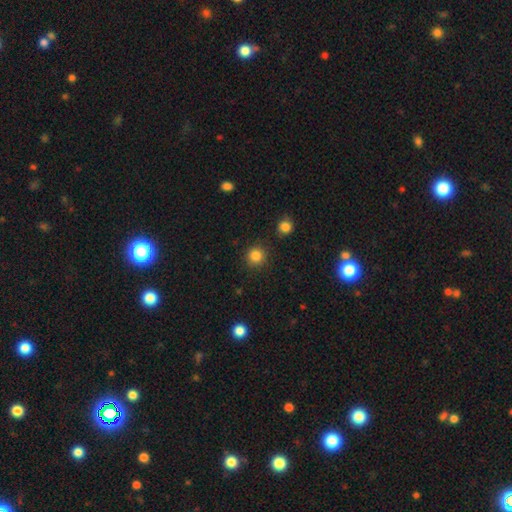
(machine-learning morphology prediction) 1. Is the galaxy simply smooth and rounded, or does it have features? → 84% smooth, 12% star or artifact, 4% featured or disk.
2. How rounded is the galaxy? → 93% round, 6% in between, 1% cigar-shaped.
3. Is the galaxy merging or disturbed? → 89% none, 6% minor disturbance, 2% merger, 2% major disturbance.